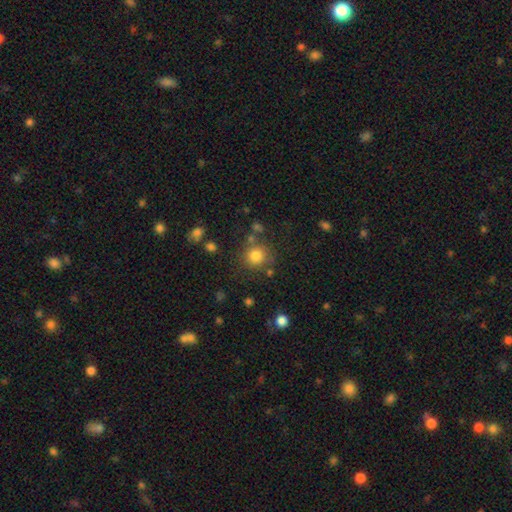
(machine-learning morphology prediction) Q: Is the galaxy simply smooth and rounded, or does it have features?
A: smooth — 81%.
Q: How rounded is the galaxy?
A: round — 91%.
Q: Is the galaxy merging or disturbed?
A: none — 78%.